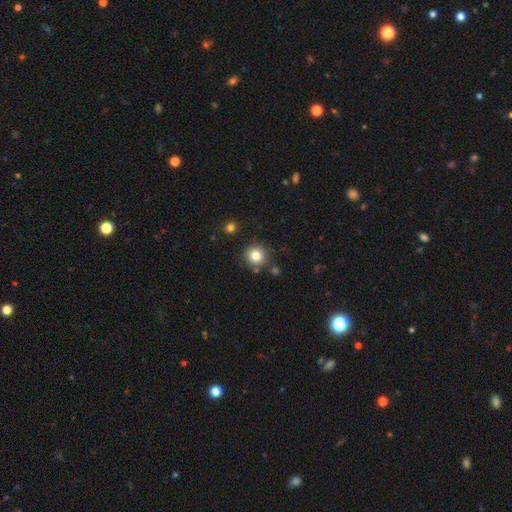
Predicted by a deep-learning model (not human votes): Smooth or featured: smooth — 83% (star or artifact — 11%)
How rounded: round — 94% (in between — 5%)
Merging: none — 84% (minor disturbance — 8%)